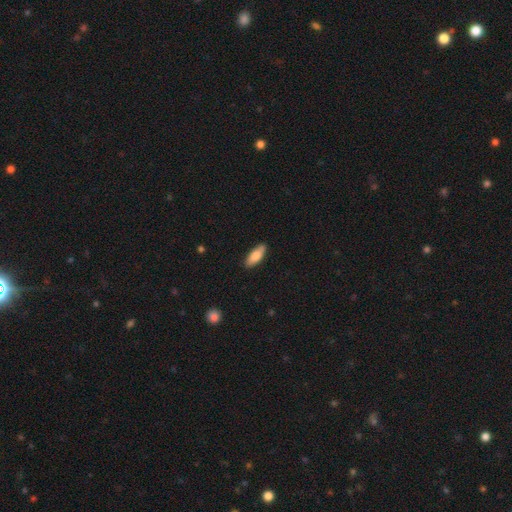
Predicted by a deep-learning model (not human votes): This appears to be a smooth galaxy with no disk features (80%) that is in between round and cigar-shaped (70%). Merging: none (85%).